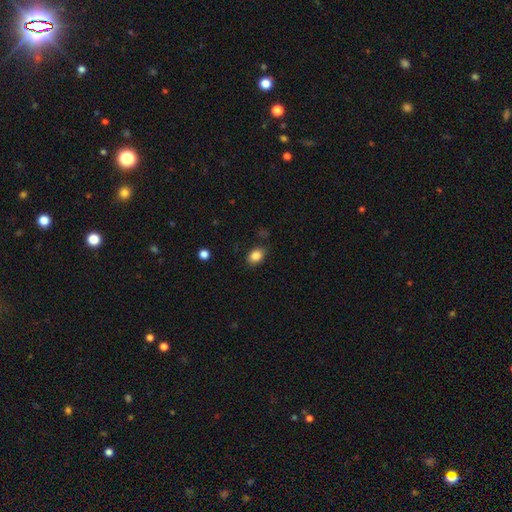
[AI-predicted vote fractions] smooth_or_featured: smooth (p=0.85) [alt: star or artifact p=0.10]
how_rounded: in between (p=0.74) [alt: round p=0.25]
merging: none (p=0.83) [alt: minor disturbance p=0.13]